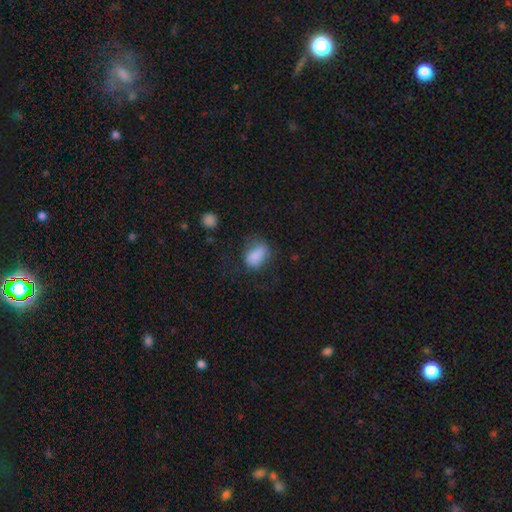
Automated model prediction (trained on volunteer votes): Smooth or featured? Predicted: smooth (p=0.83). How rounded? Predicted: in between (p=0.77). Merging? Predicted: none (p=0.56).